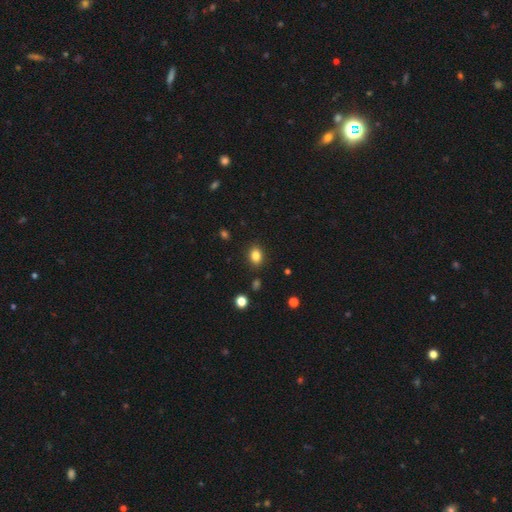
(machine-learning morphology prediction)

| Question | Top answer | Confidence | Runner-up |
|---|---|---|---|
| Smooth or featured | smooth | 83% | star or artifact (11%) |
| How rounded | in between | 64% | round (35%) |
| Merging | none | 86% | minor disturbance (10%) |